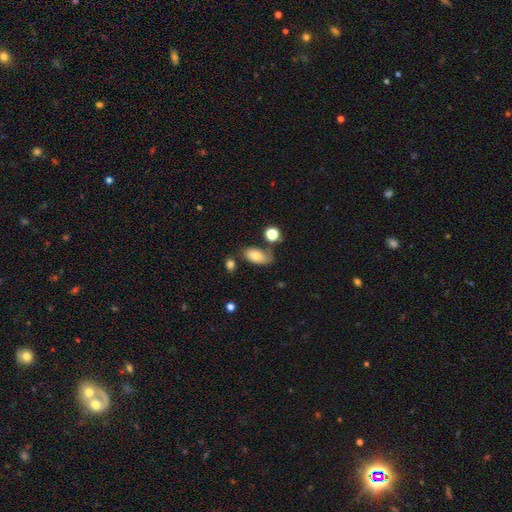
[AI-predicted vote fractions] A smooth galaxy with no disk features (79%) that is in between round and cigar-shaped (92%).

Vote fractions:
- Smooth or featured? smooth: 79% / featured or disk: 13% / star or artifact: 8%
- How rounded? in between: 92% / round: 4% / cigar-shaped: 4%
- Merging? none: 64% / minor disturbance: 21% / merger: 9% / major disturbance: 6%